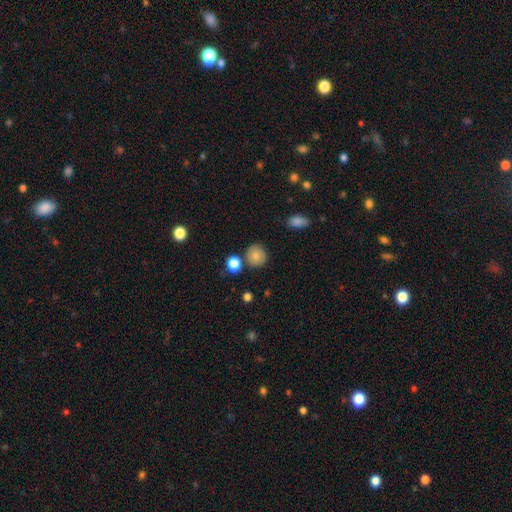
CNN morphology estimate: A smooth galaxy with no disk features (81%) that is round (84%). Merging: none (78%).